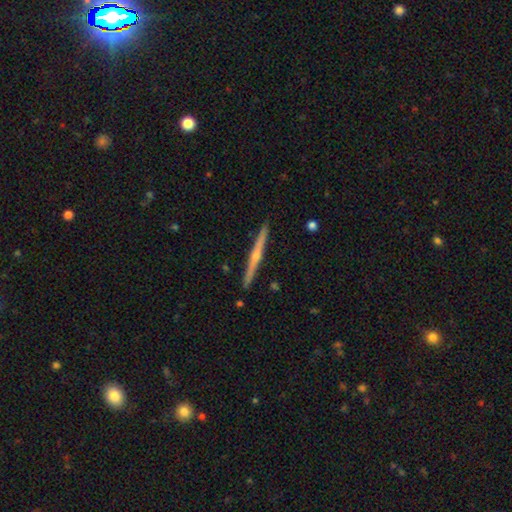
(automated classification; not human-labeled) featured or disk 74%, smooth 19%, star or artifact 7%. Down the decision tree: edge-on disk — yes (98%); edge-on bulge — rounded (78%); merging — none (90%).